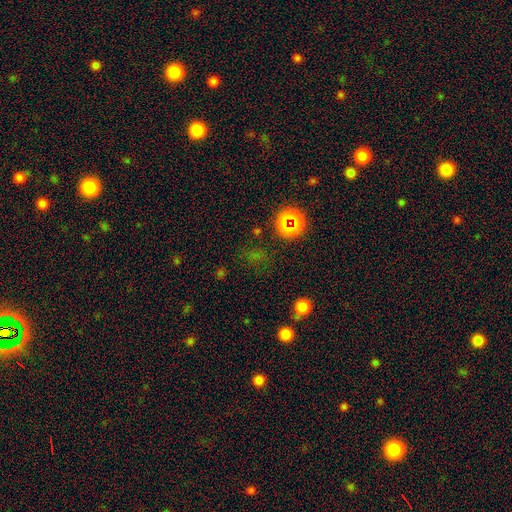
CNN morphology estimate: A star or artifact, not a galaxy (55%).

Vote fractions:
- Smooth or featured? star or artifact: 55% / smooth: 37% / featured or disk: 8%